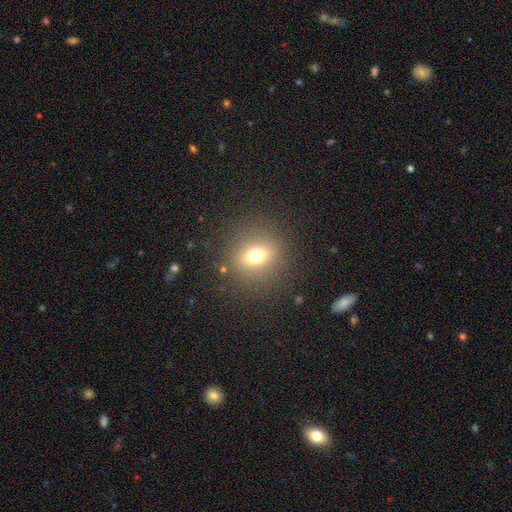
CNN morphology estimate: Smooth or featured? Predicted: smooth (p=0.69). How rounded? Predicted: round (p=0.73). Merging? Predicted: none (p=0.85).